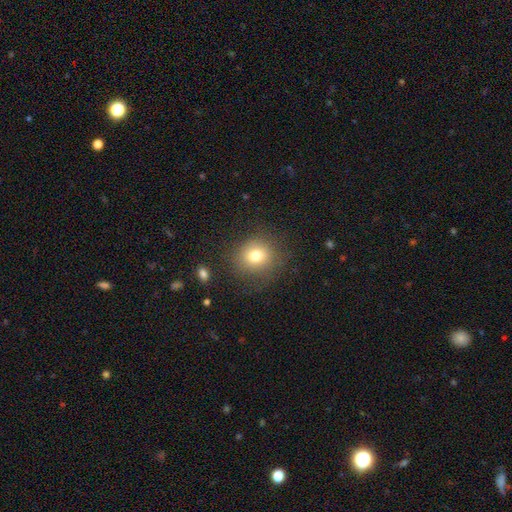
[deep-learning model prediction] smooth-or-featured: smooth: 76% | star or artifact: 13% | featured or disk: 11%
  how-rounded: round: 82% | in between: 17% | cigar-shaped: 1%
  merging: none: 80% | minor disturbance: 13% | major disturbance: 6% | merger: 2%